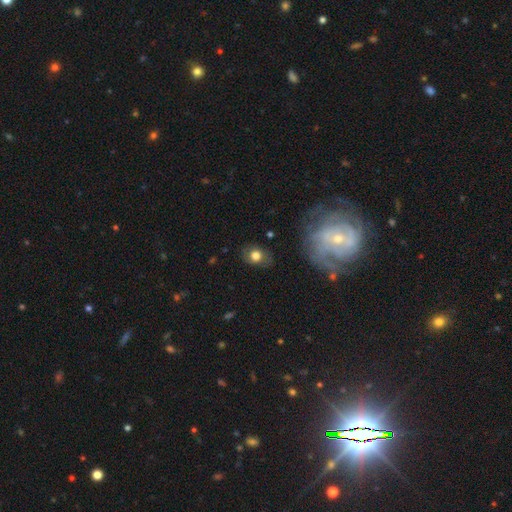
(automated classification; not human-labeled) The model was most divided on "how rounded": round: 53%, in between: 46%, cigar-shaped: 1%. More confident: merging — none (76%); smooth or featured — smooth (76%).